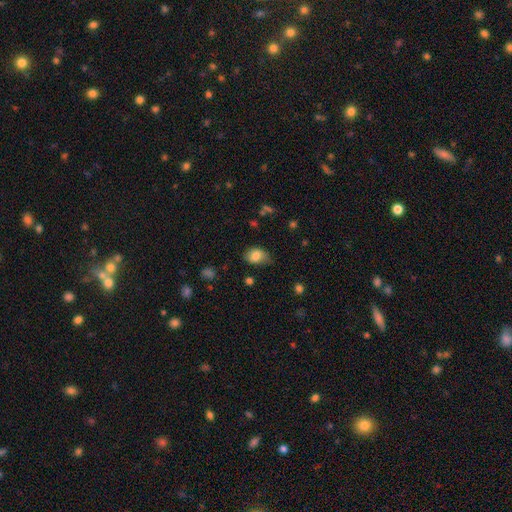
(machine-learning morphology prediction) The model was most divided on "merging": none: 53%, minor disturbance: 36%, major disturbance: 10%, merger: 2%. More confident: smooth or featured — smooth (82%); how rounded — in between (74%).